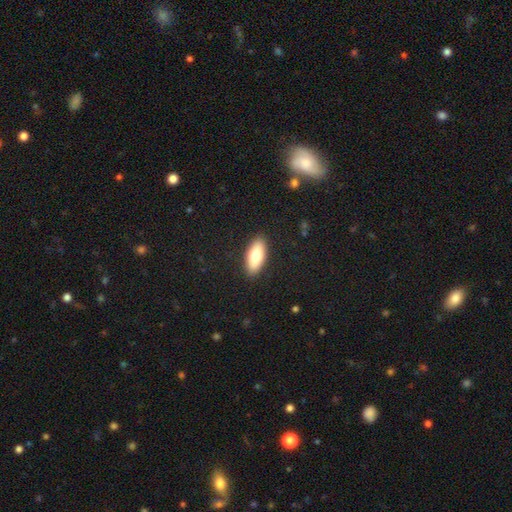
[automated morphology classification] Q: Smooth or featured?
A: smooth (77%); runner-up: featured or disk (17%)
Q: How rounded?
A: in between (83%); runner-up: cigar-shaped (15%)
Q: Merging?
A: none (90%); runner-up: minor disturbance (7%)